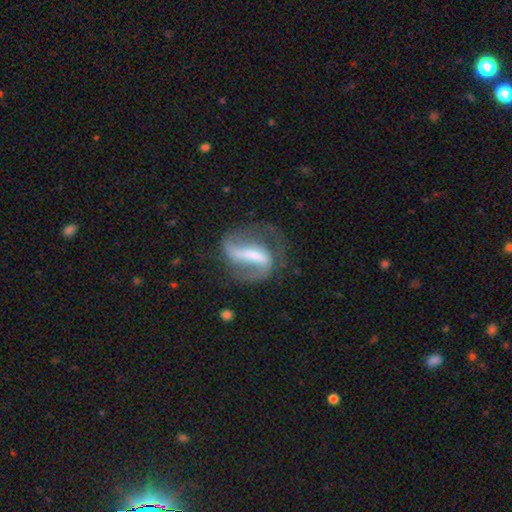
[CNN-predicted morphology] Smooth or featured? Predicted: featured or disk (p=0.82). Edge-on disk? Predicted: no (p=0.94). Bar? Predicted: strong (p=0.71). Spiral arms? Predicted: yes (p=0.89). Spiral winding? Predicted: medium (p=0.45). Spiral arm count? Predicted: 2 (p=0.83). Bulge size? Predicted: small (p=0.33). Merging? Predicted: none (p=0.54).